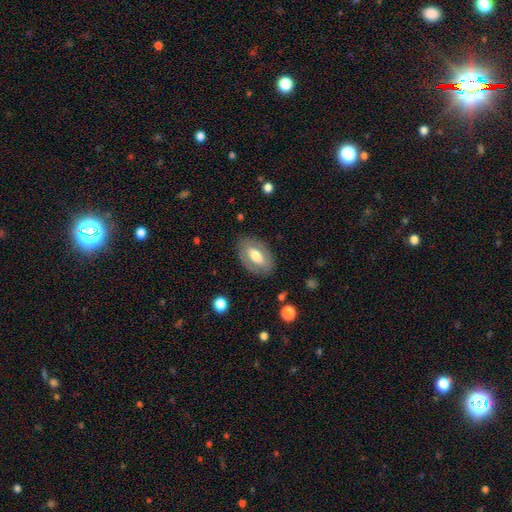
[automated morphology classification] smooth_or_featured: smooth (p=0.54) [alt: featured or disk p=0.40]
how_rounded: in between (p=0.91) [alt: round p=0.07]
merging: none (p=0.81) [alt: minor disturbance p=0.13]